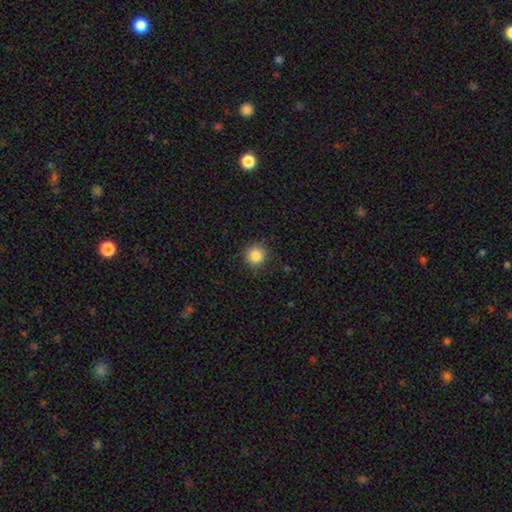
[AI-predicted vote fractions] Smooth or featured?
  - smooth: 86% *
  - star or artifact: 10%
  - featured or disk: 4%
How rounded?
  - round: 93% *
  - in between: 6%
  - cigar-shaped: 1%
Merging?
  - none: 87% *
  - minor disturbance: 9%
  - major disturbance: 2%
  - merger: 1%